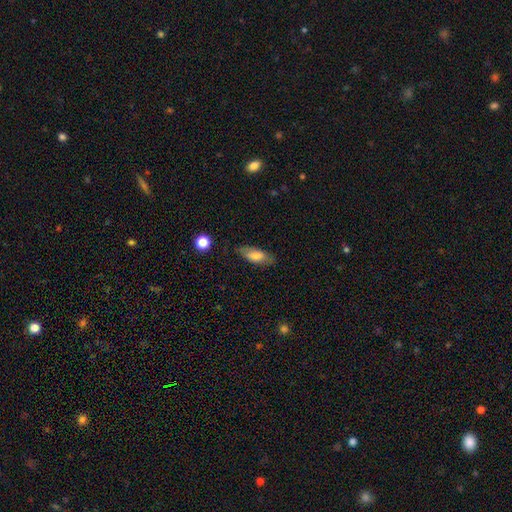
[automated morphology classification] This appears to be a smooth galaxy with no disk features (74%) that is in between round and cigar-shaped (77%). Merging: none (73%).